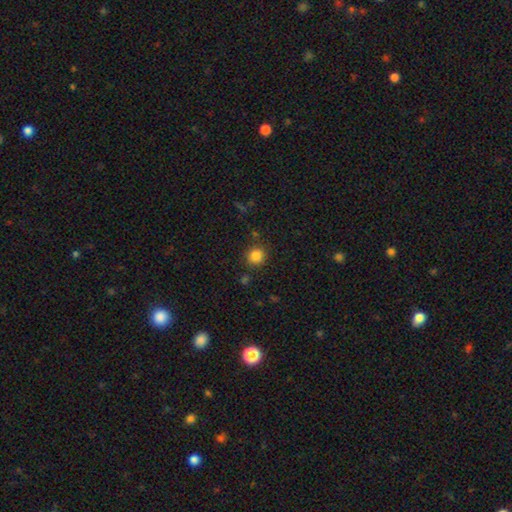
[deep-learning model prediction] A smooth galaxy with no disk features (84%) that is round (90%). Merging: none (85%).